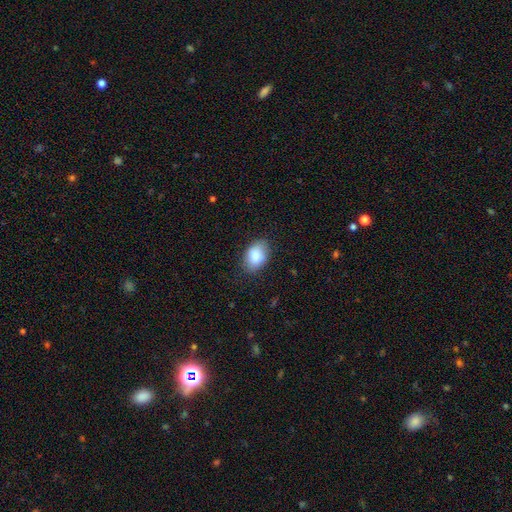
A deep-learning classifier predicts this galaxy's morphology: Smooth or featured? Predicted: smooth (p=0.86). How rounded? Predicted: in between (p=0.86). Merging? Predicted: none (p=0.81).